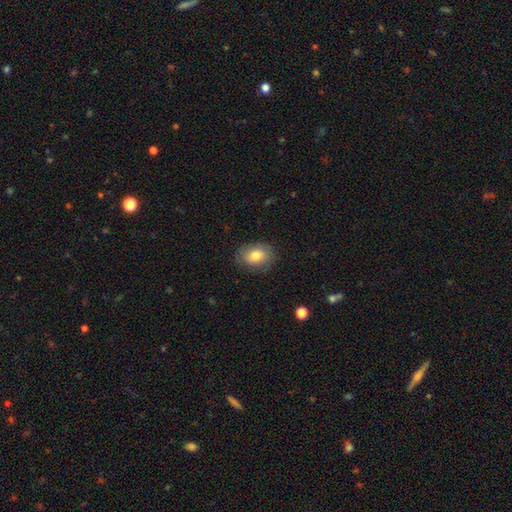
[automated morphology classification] Smooth or featured: smooth — 75% (featured or disk — 17%)
How rounded: in between — 67% (round — 32%)
Merging: none — 81% (minor disturbance — 14%)